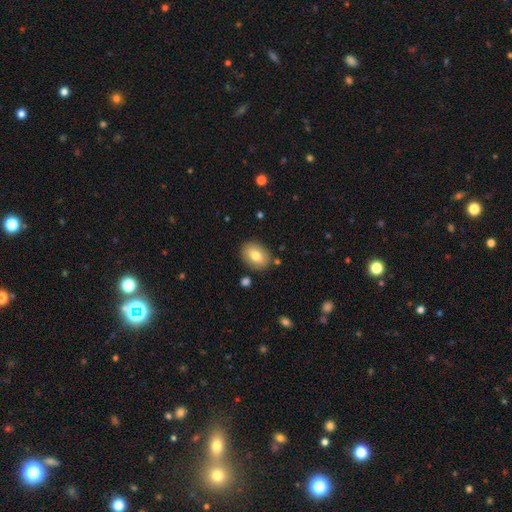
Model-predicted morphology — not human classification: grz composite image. It shows a smooth galaxy with no disk features (75%) that is in between round and cigar-shaped (70%). Merging: none (85%).